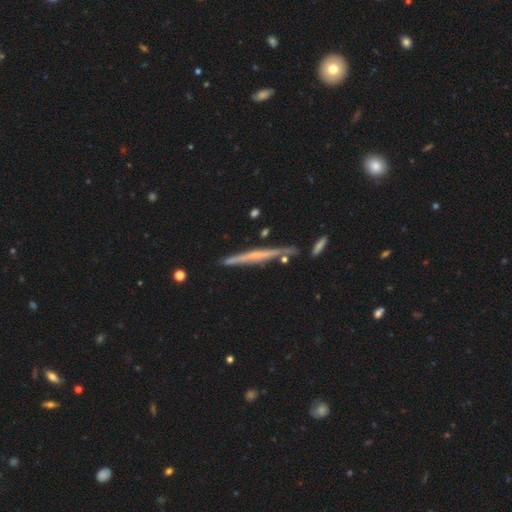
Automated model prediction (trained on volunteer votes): This is likely a featured or disk galaxy (65%). It is clearly viewed edge-on (96%). Edge-on bulge: possibly none (59%). Merging: clearly none (80%).